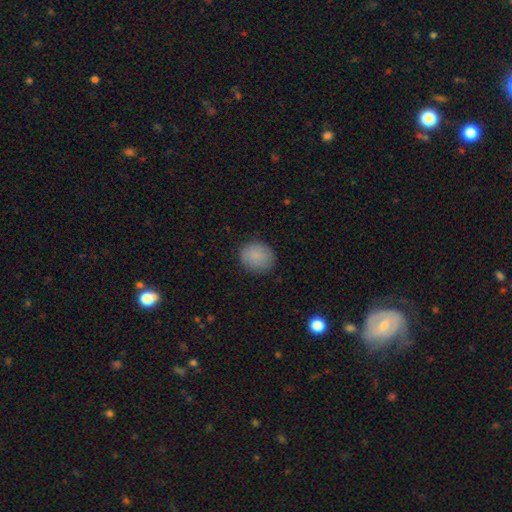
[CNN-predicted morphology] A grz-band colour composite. It shows a smooth galaxy with no disk features (87%) that is round (71%). Merging: none (85%).